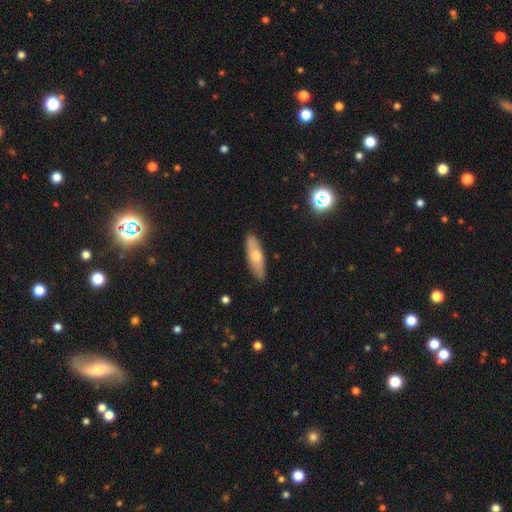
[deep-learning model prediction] smooth_or_featured: smooth (p=0.59) [alt: featured or disk p=0.35]
how_rounded: in between (p=0.53) [alt: cigar-shaped p=0.45]
merging: none (p=0.86) [alt: minor disturbance p=0.11]